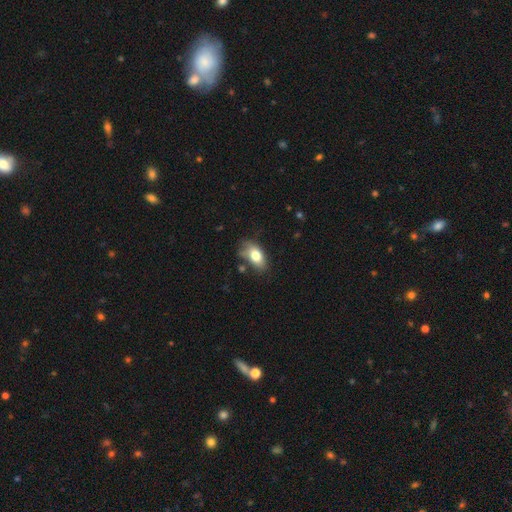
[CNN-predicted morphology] type=smooth (77%); roundness=in between (90%); merging=none (57%).